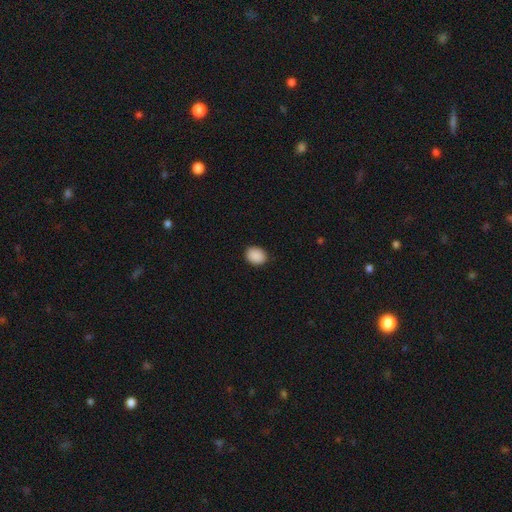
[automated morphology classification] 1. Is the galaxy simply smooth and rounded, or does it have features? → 90% smooth, 8% star or artifact, 2% featured or disk.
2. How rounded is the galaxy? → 57% in between, 42% round, 1% cigar-shaped.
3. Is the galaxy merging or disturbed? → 89% none, 8% minor disturbance, 2% major disturbance, 1% merger.